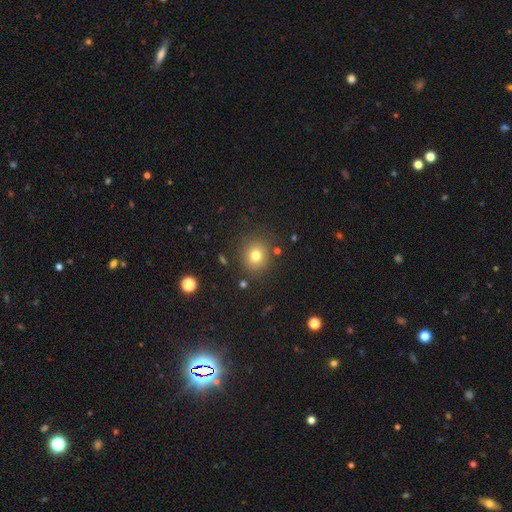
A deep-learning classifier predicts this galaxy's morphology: smooth 77%, star or artifact 15%, featured or disk 9%. Down the decision tree: how rounded — round (84%); merging — none (86%).